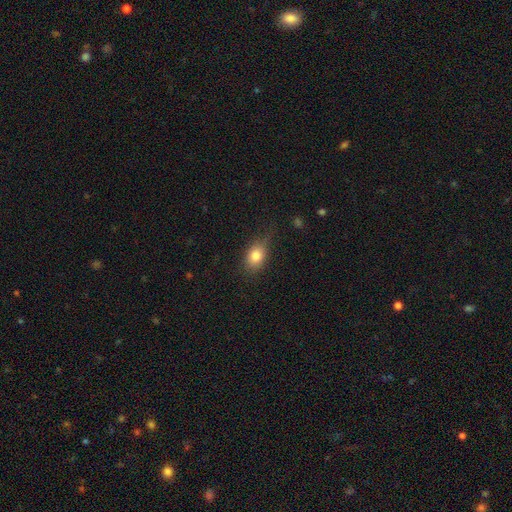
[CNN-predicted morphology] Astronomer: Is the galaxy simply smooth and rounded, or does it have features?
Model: smooth — 81%.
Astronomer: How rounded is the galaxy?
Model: in between — 72%.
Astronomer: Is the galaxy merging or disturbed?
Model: none — 67%.